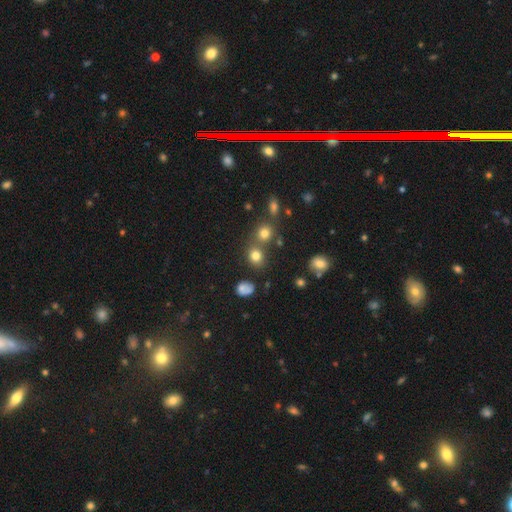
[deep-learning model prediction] smooth_or_featured: smooth (p=0.76) [alt: star or artifact p=0.16]
how_rounded: round (p=0.73) [alt: in between p=0.26]
merging: none (p=0.64) [alt: merger p=0.22]